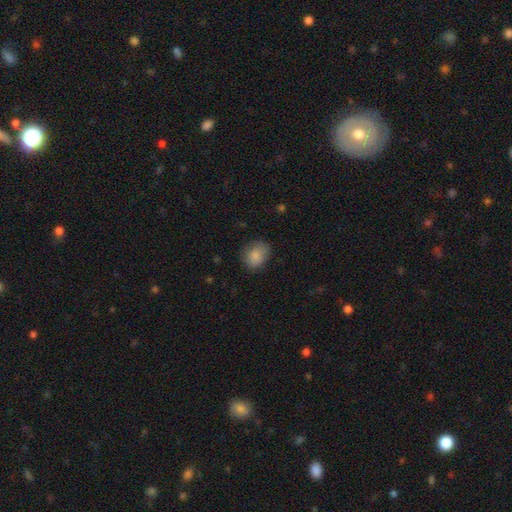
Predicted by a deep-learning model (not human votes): Smooth or featured? smooth (83%)
How rounded? round (50%)
Merging? none (71%)